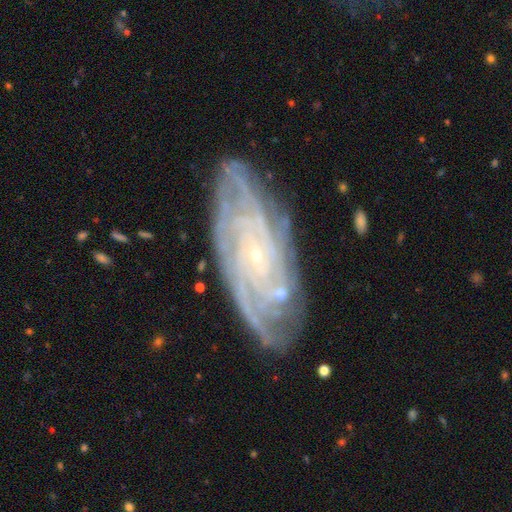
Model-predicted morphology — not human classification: The model was most divided on "spiral arm count": can't tell: 29%, 4: 23%, more than 4: 15%, 3: 14%, 2: 12%, 1: 7%. More confident: spiral arms — yes (97%); edge-on disk — no (93%); bulge size — small (89%); smooth or featured — featured or disk (87%); spiral winding — tight (78%); merging — none (78%); bar — no (73%).